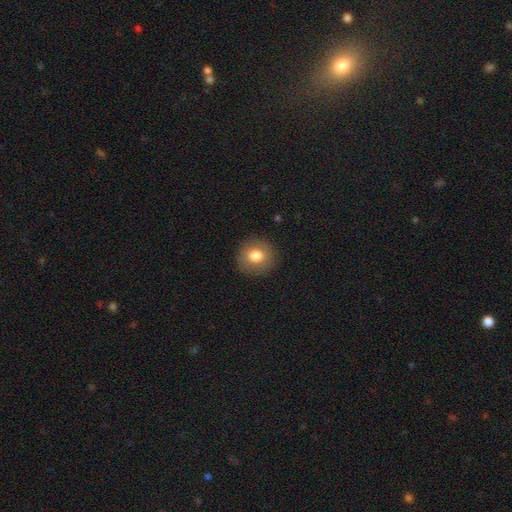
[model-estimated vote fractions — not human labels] Smooth or featured? Predicted: smooth (p=0.78). How rounded? Predicted: round (p=0.88). Merging? Predicted: none (p=0.89).